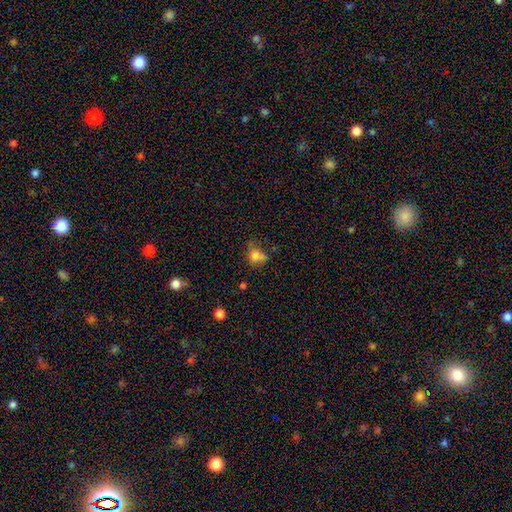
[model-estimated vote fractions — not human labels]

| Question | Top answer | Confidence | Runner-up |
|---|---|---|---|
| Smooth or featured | smooth | 73% | star or artifact (15%) |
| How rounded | in between | 50% | round (48%) |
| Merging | none | 36% | minor disturbance (29%) |